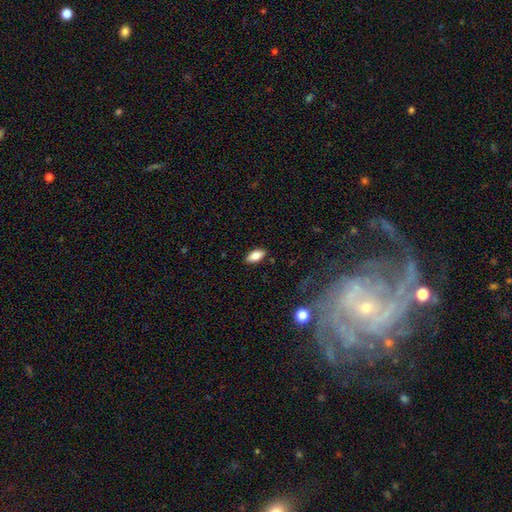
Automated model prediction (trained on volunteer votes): Overall: smooth (81%). How rounded: in between (89%). Merging: none (88%).